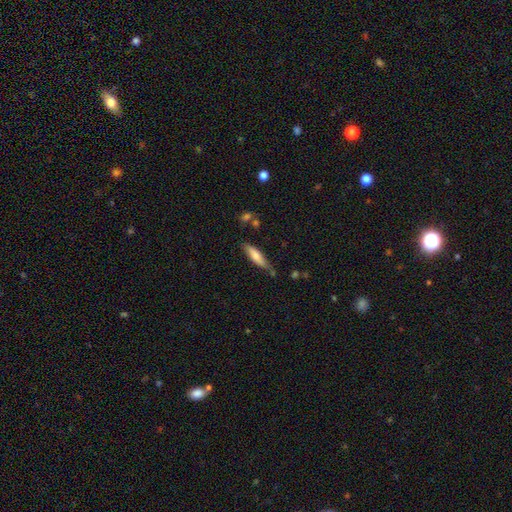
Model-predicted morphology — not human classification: Q: Smooth or featured?
A: smooth (71%); runner-up: featured or disk (23%)
Q: How rounded?
A: cigar-shaped (68%); runner-up: in between (31%)
Q: Merging?
A: none (67%); runner-up: minor disturbance (23%)